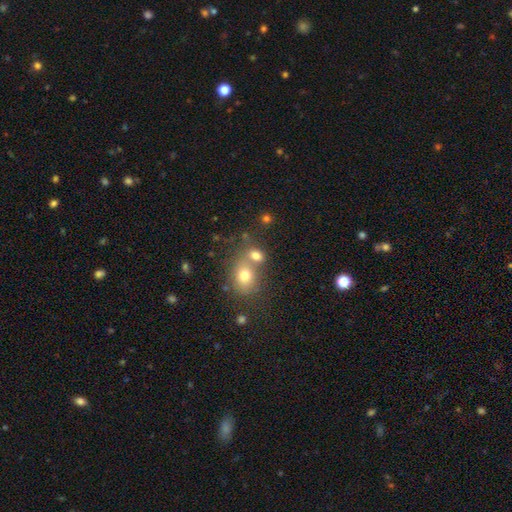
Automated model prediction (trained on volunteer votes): This appears to be a smooth galaxy with no disk features (74%) that is in between round and cigar-shaped (56%). Merging: merger (49%).